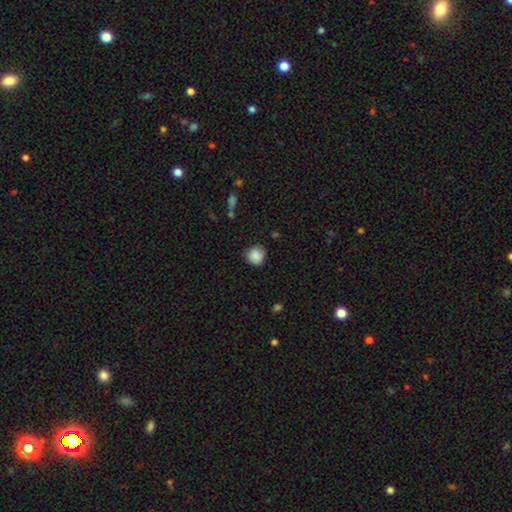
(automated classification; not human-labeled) This is clearly a smooth galaxy (87%). How rounded: clearly round (88%). Merging: clearly none (82%).